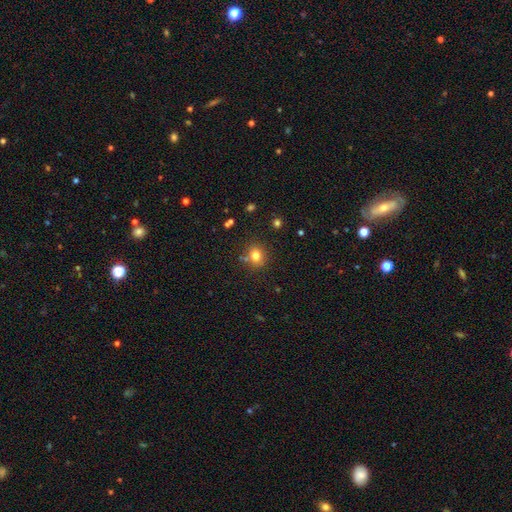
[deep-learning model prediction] A smooth galaxy with no disk features (78%) that is round (66%). Merging: none (77%).